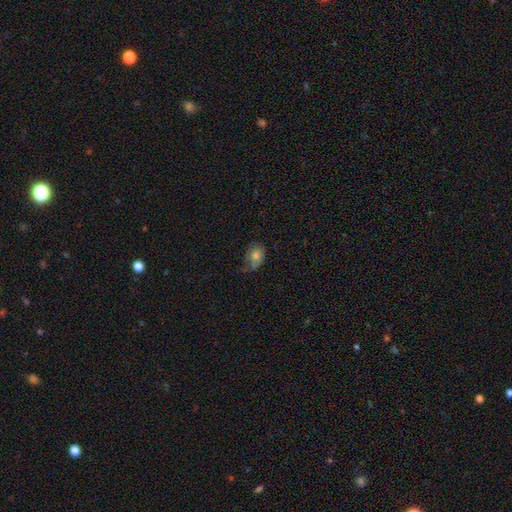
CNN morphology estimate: Q: Smooth or featured?
A: smooth (64%); runner-up: featured or disk (25%)
Q: How rounded?
A: in between (64%); runner-up: round (35%)
Q: Merging?
A: none (47%); runner-up: minor disturbance (32%)